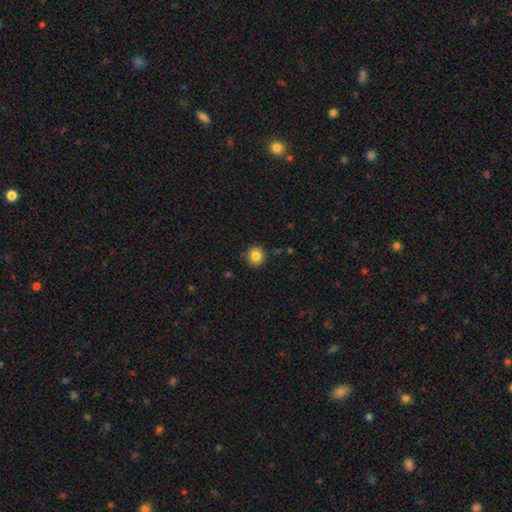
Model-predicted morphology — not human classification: A smooth galaxy with no disk features (84%) that is round (90%).

Vote fractions:
- Smooth or featured? smooth: 84% / star or artifact: 10% / featured or disk: 6%
- How rounded? round: 90% / in between: 10% / cigar-shaped: 1%
- Merging? none: 89% / minor disturbance: 8% / major disturbance: 2% / merger: 1%